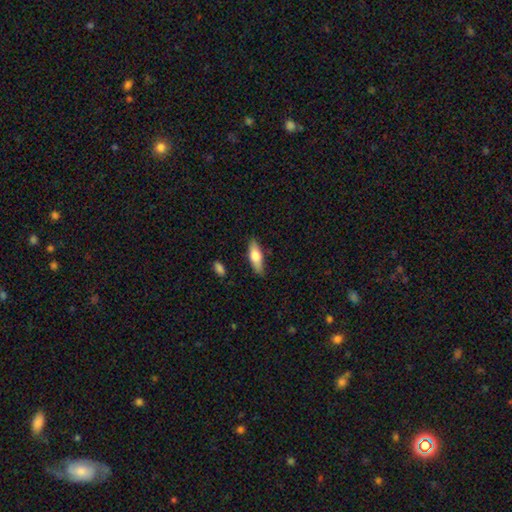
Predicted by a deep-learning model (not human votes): A smooth galaxy with no disk features (65%) that is in between round and cigar-shaped (59%).

Vote fractions:
- Smooth or featured? smooth: 65% / featured or disk: 29% / star or artifact: 6%
- How rounded? in between: 59% / cigar-shaped: 38% / round: 3%
- Merging? none: 83% / minor disturbance: 12% / major disturbance: 3% / merger: 2%